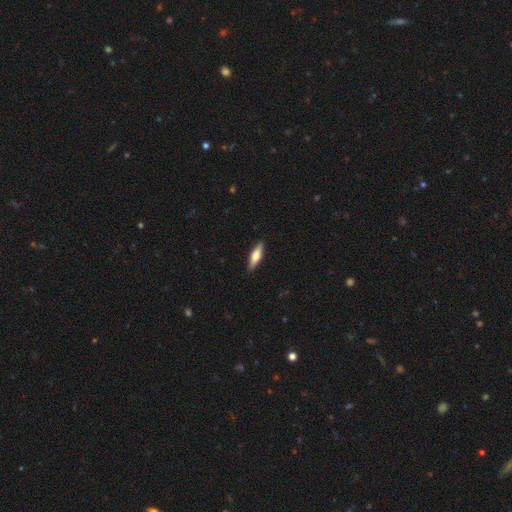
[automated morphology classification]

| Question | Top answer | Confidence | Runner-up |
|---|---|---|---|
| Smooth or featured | smooth | 58% | featured or disk (36%) |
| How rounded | cigar-shaped | 58% | in between (40%) |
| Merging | none | 89% | minor disturbance (9%) |